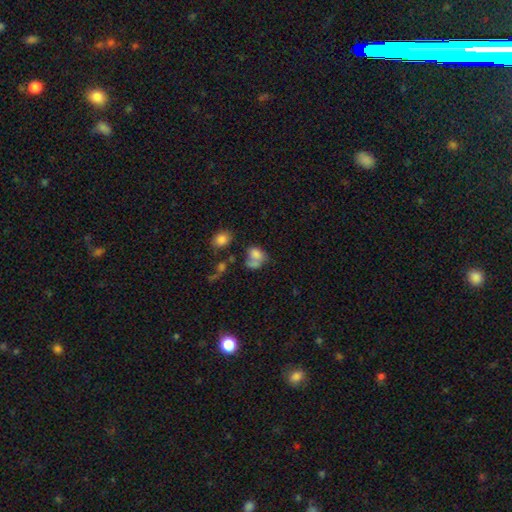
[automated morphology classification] A smooth galaxy with no disk features (72%) that is in between round and cigar-shaped (60%).

Vote fractions:
- Smooth or featured? smooth: 72% / featured or disk: 16% / star or artifact: 12%
- How rounded? in between: 60% / round: 38% / cigar-shaped: 1%
- Merging? merger: 39% / none: 29% / major disturbance: 16% / minor disturbance: 16%